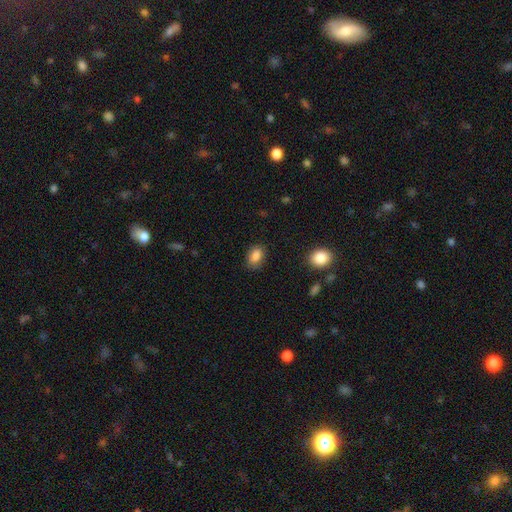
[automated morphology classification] smooth_or_featured: smooth (p=0.85) [alt: star or artifact p=0.08]
how_rounded: in between (p=0.82) [alt: round p=0.16]
merging: none (p=0.79) [alt: minor disturbance p=0.16]